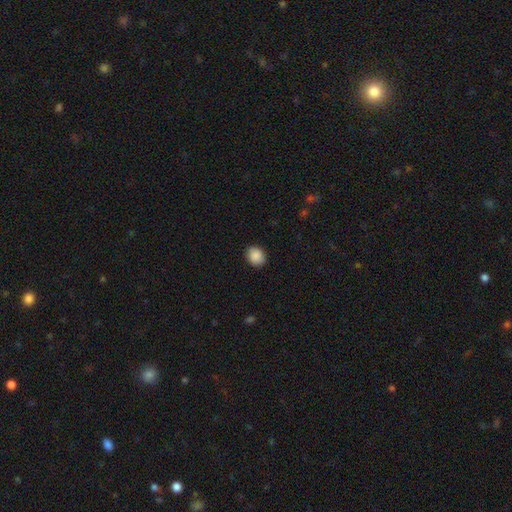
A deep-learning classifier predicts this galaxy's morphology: Smooth or featured: smooth — 90% (star or artifact — 8%)
How rounded: round — 58% (in between — 41%)
Merging: none — 89% (minor disturbance — 8%)